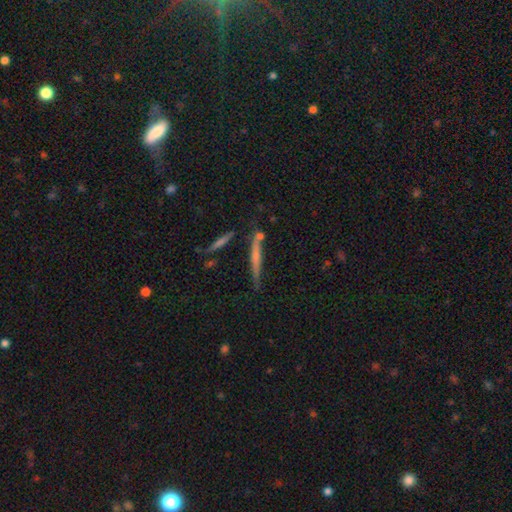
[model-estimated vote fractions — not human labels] Q: Smooth or featured?
A: featured or disk (47%); runner-up: smooth (45%)
Q: Merging?
A: none (72%); runner-up: minor disturbance (15%)